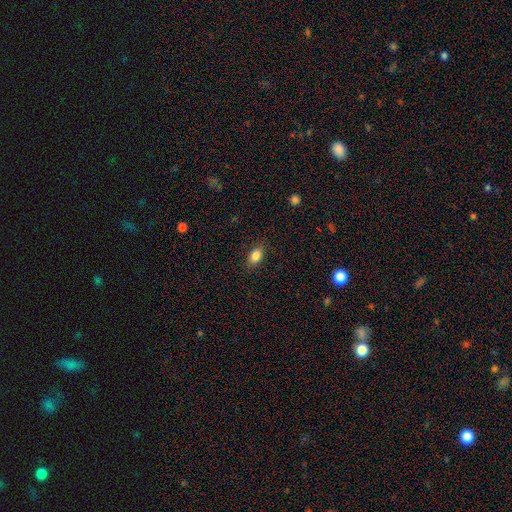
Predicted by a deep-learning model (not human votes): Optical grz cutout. It shows a smooth galaxy with no disk features (85%) that is in between round and cigar-shaped (87%). Merging: none (87%).